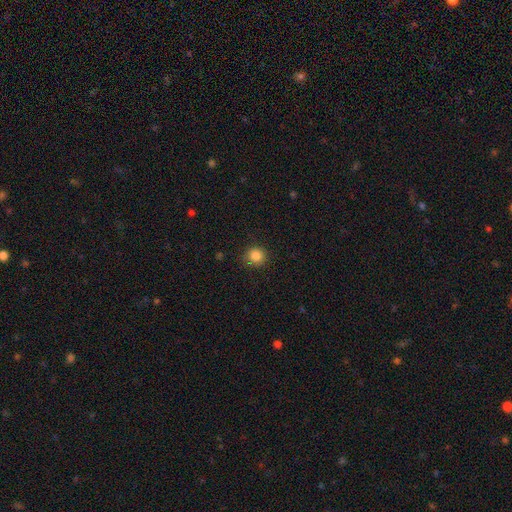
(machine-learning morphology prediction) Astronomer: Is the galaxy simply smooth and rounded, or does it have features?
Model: smooth — 86%.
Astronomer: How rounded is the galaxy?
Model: round — 90%.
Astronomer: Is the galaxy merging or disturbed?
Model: none — 87%.